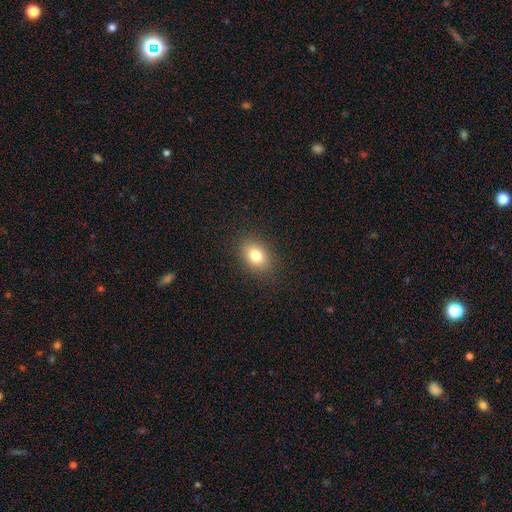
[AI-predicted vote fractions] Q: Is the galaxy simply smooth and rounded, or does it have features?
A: smooth — 79%.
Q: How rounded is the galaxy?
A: in between — 73%.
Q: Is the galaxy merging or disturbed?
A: none — 88%.